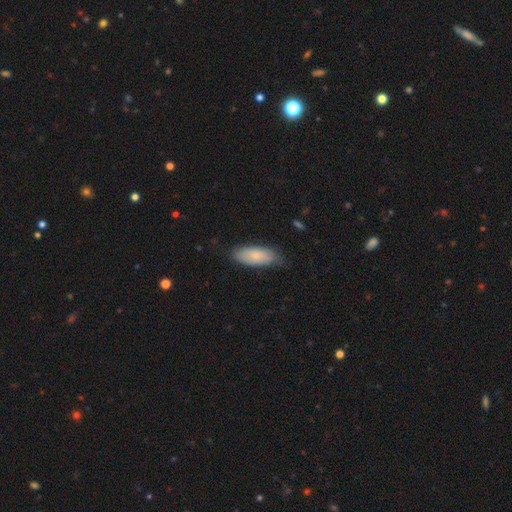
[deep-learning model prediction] Q: Smooth or featured?
A: smooth (76%); runner-up: featured or disk (18%)
Q: How rounded?
A: in between (78%); runner-up: cigar-shaped (20%)
Q: Merging?
A: none (70%); runner-up: minor disturbance (24%)